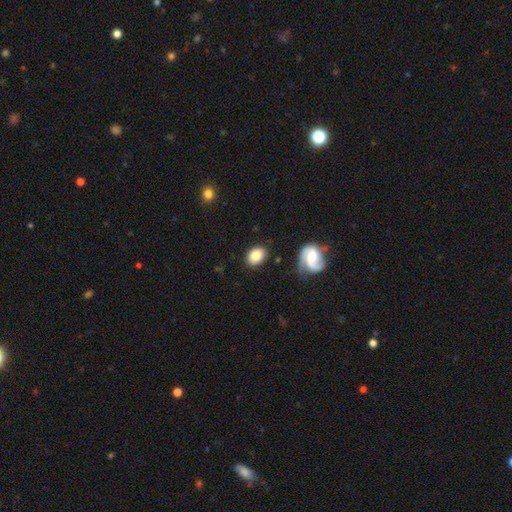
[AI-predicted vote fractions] smooth_or_featured: smooth (p=0.77) [alt: featured or disk p=0.16]
how_rounded: in between (p=0.69) [alt: round p=0.30]
merging: none (p=0.79) [alt: minor disturbance p=0.13]